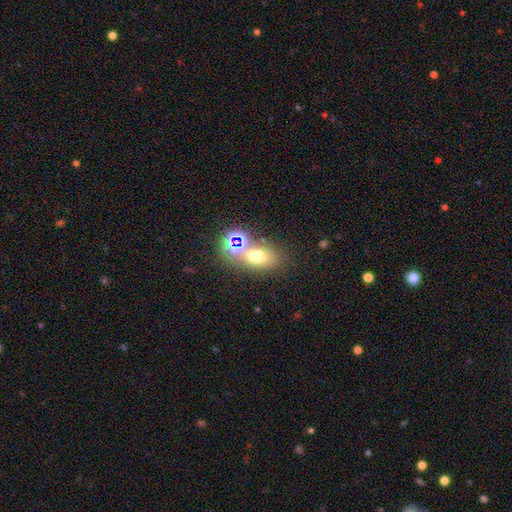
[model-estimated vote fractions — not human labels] Smooth or featured? Predicted: smooth (p=0.61). How rounded? Predicted: in between (p=0.69). Merging? Predicted: none (p=0.59).